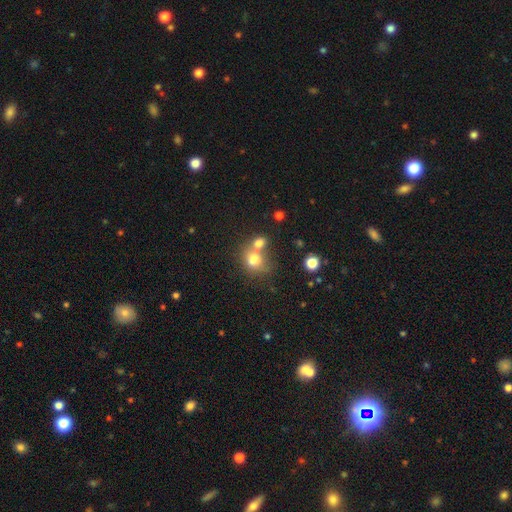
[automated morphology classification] A smooth galaxy with no disk features (72%) that is round (68%).

Vote fractions:
- Smooth or featured? smooth: 72% / featured or disk: 14% / star or artifact: 14%
- How rounded? round: 68% / in between: 31% / cigar-shaped: 1%
- Merging? merger: 50% / none: 36% / minor disturbance: 9% / major disturbance: 5%